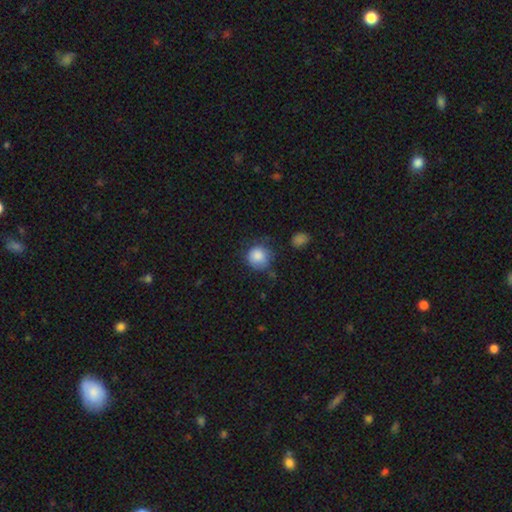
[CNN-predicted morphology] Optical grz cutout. It shows a smooth galaxy with no disk features (86%) that is round (89%). Merging: none (64%).